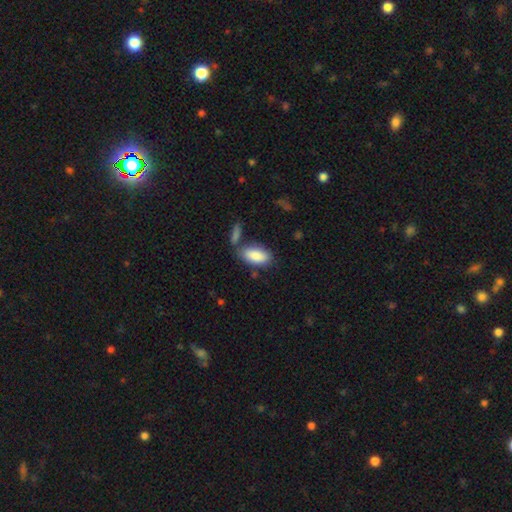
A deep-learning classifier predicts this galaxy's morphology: This appears to be a smooth galaxy with no disk features (87%) that is in between round and cigar-shaped (92%). Merging: none (63%).